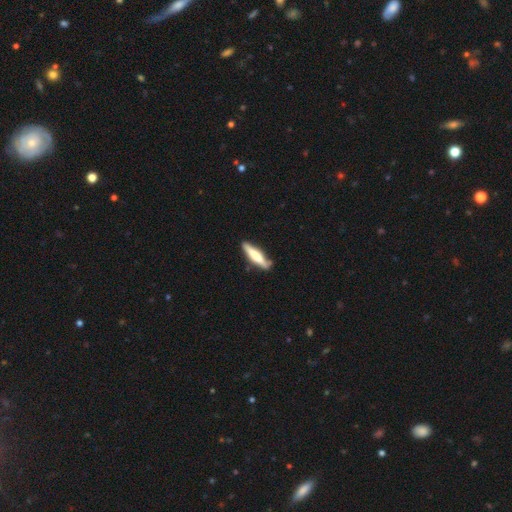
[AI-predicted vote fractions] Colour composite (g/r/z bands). It shows a smooth galaxy with no disk features (58%) that is cigar-shaped (81%). Merging: none (78%).